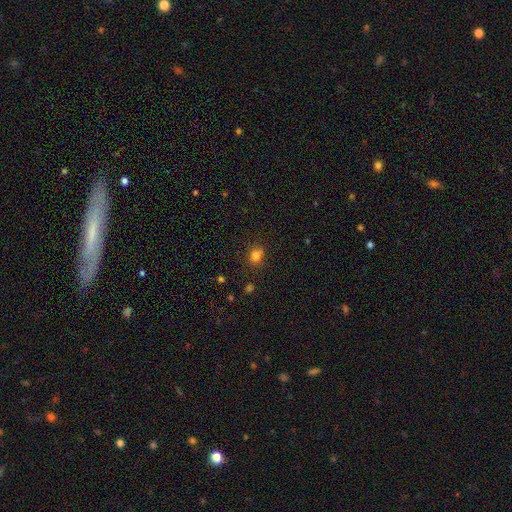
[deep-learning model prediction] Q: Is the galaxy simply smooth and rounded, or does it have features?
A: smooth — 79%.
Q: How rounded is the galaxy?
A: round — 64%.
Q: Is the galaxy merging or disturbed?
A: none — 70%.